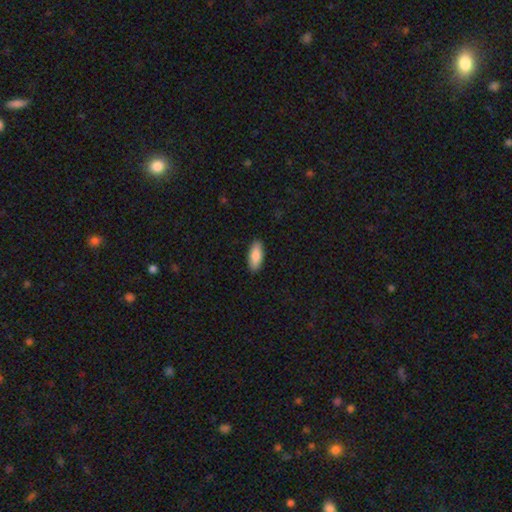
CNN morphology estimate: Smooth or featured? smooth (87%)
How rounded? in between (78%)
Merging? none (90%)